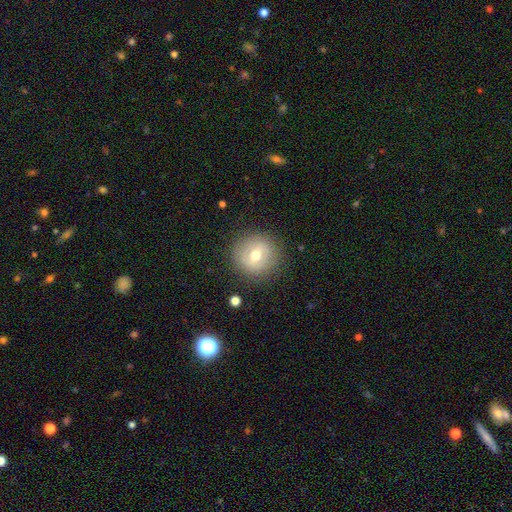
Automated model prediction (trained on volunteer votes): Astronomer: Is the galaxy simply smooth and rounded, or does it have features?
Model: smooth — 57% (runner-up: featured or disk, 33%).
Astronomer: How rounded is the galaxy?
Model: round — 92%.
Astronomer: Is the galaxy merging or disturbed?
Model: none — 85%.